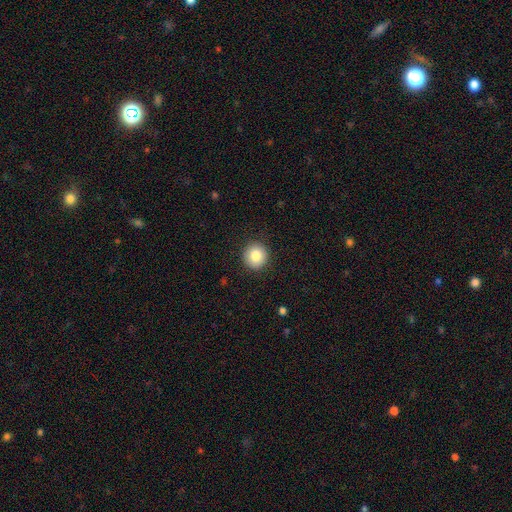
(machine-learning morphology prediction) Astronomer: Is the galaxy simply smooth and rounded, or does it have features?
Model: smooth — 84%.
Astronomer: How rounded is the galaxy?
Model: round — 92%.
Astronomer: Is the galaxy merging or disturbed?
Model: none — 91%.